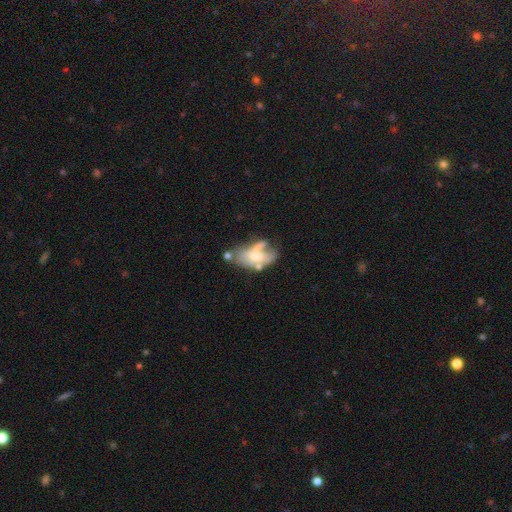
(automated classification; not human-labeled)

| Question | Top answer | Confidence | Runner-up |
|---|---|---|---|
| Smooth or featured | featured or disk | 51% | smooth (41%) |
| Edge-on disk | no | 92% | yes (8%) |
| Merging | merger | 27% | major disturbance (26%) |